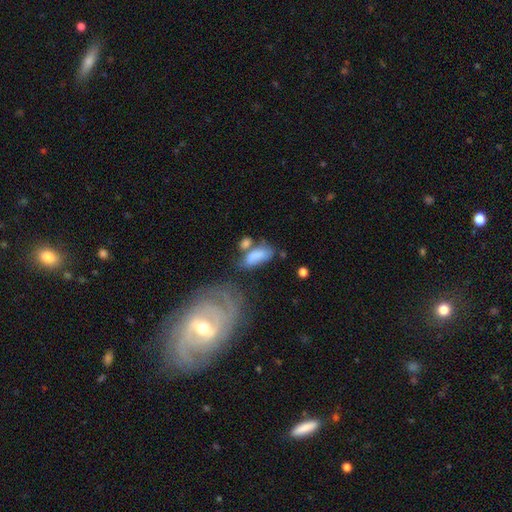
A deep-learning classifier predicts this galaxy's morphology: This is likely a smooth galaxy (77%). How rounded: clearly in between (85%). Merging: marginally none (35%).